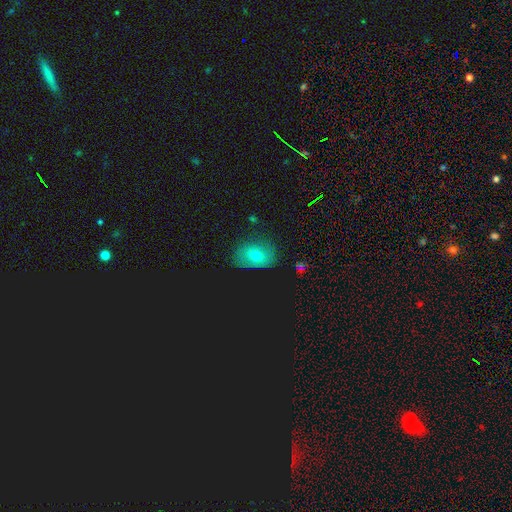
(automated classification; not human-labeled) smooth-or-featured: smooth: 60% | featured or disk: 21% | star or artifact: 20%
  how-rounded: in between: 73% | round: 25% | cigar-shaped: 2%
  merging: none: 67% | minor disturbance: 24% | major disturbance: 7% | merger: 2%